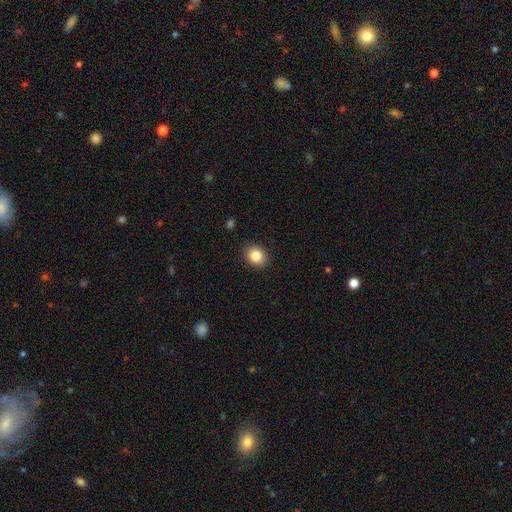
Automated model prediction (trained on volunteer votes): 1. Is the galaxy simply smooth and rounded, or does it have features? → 85% smooth, 9% star or artifact, 6% featured or disk.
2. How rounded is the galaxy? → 56% round, 43% in between, 1% cigar-shaped.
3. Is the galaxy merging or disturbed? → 90% none, 7% minor disturbance, 2% major disturbance, 1% merger.